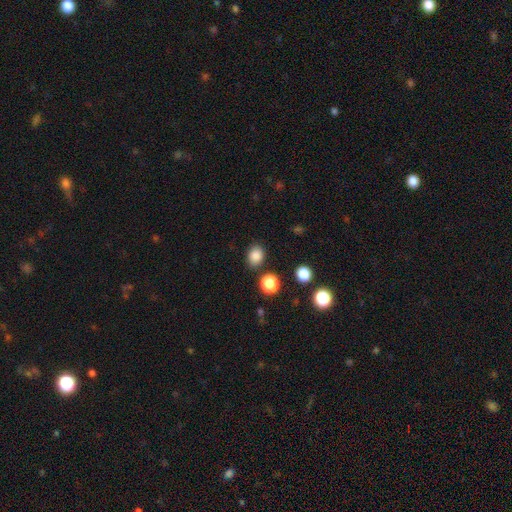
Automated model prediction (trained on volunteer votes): A smooth galaxy with no disk features (85%) that is in between round and cigar-shaped (54%). Merging: none (83%).